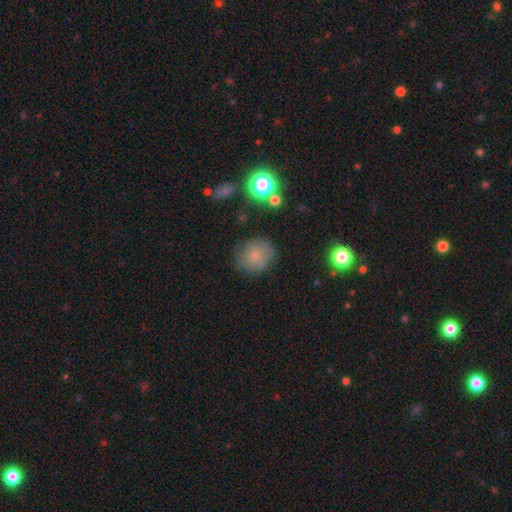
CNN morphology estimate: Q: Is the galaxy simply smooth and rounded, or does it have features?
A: smooth — 75%.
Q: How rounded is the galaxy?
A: round — 74%.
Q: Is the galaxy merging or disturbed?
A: none — 71%.